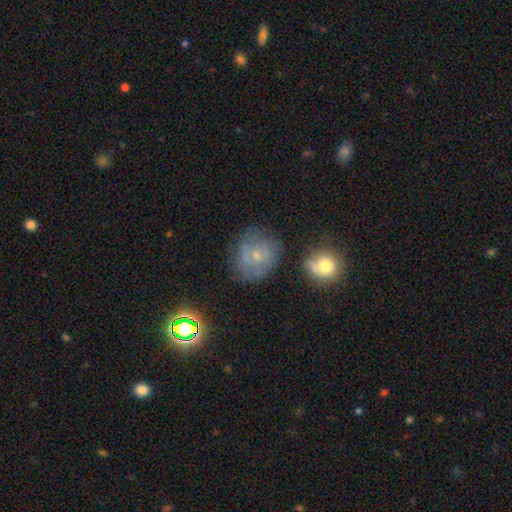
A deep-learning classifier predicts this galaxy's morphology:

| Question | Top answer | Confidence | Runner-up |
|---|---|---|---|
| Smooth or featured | featured or disk | 53% | smooth (34%) |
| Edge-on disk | no | 97% | yes (3%) |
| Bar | no | 73% | weak (23%) |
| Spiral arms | yes | 76% | no (24%) |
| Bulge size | small | 75% | moderate (19%) |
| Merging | none | 64% | minor disturbance (21%) |